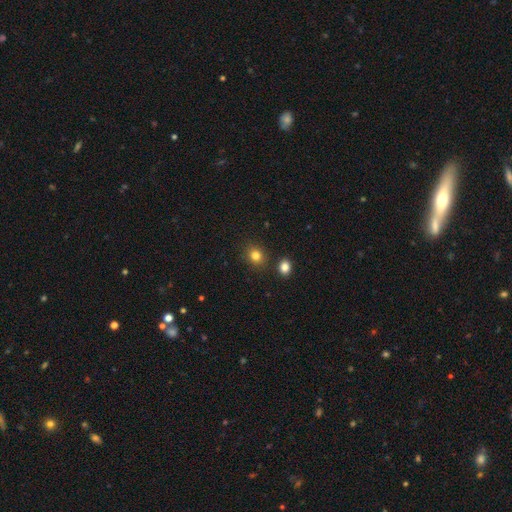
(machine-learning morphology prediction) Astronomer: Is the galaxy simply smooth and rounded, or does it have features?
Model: smooth — 82%.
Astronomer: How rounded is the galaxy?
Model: round — 70%.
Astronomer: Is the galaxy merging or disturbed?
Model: none — 84%.